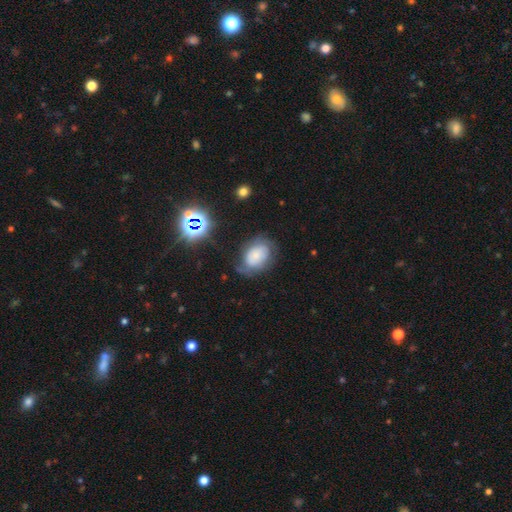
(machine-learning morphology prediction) smooth_or_featured: smooth (p=0.44) [alt: featured or disk p=0.43]
merging: none (p=0.53) [alt: minor disturbance p=0.28]